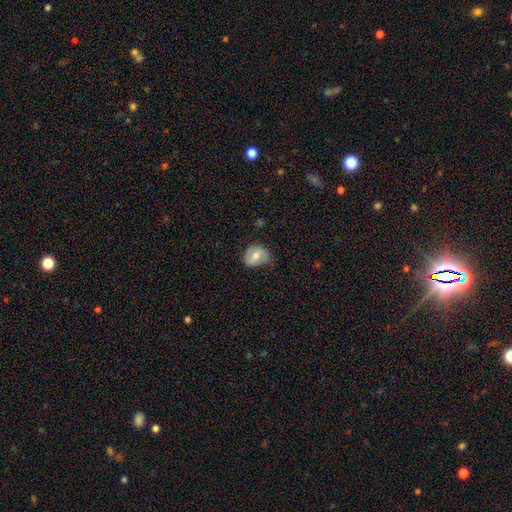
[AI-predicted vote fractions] Overall: smooth (61%; featured or disk 32%). How rounded: round (53%; in between 46%). Merging: none (56%; minor disturbance 34%).